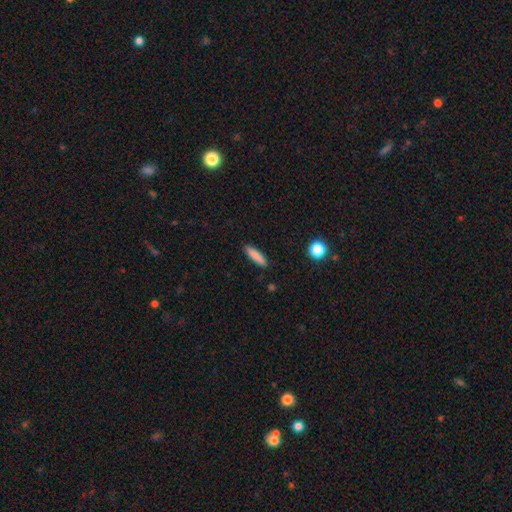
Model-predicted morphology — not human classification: Smooth or featured? Predicted: smooth (p=0.85). How rounded? Predicted: cigar-shaped (p=0.77). Merging? Predicted: none (p=0.89).